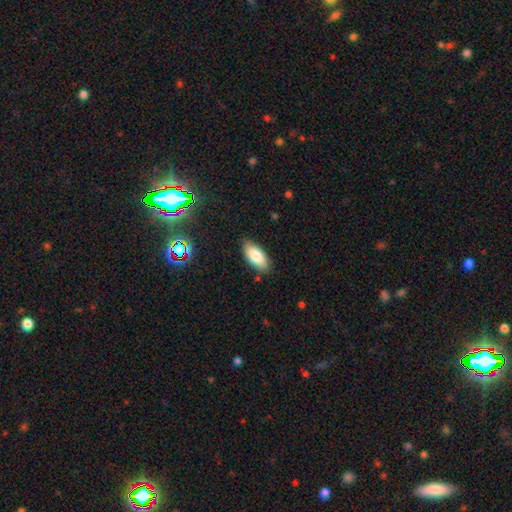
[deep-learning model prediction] This appears to be a smooth galaxy with no disk features (83%) that is in between round and cigar-shaped (90%). Merging: none (84%).